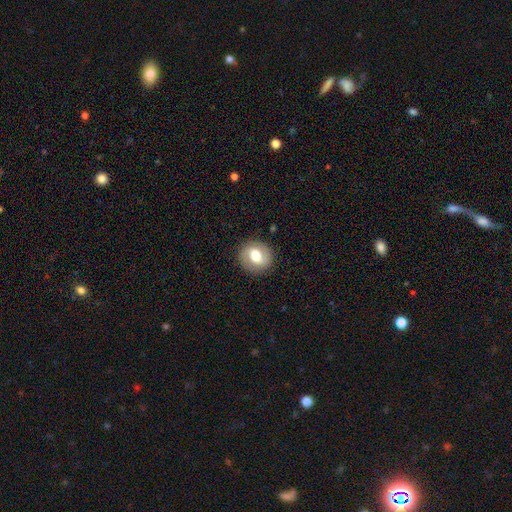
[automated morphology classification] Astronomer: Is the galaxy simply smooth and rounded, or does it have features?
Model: smooth — 48% (runner-up: featured or disk, 45%).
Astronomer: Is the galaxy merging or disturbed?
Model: none — 86%.